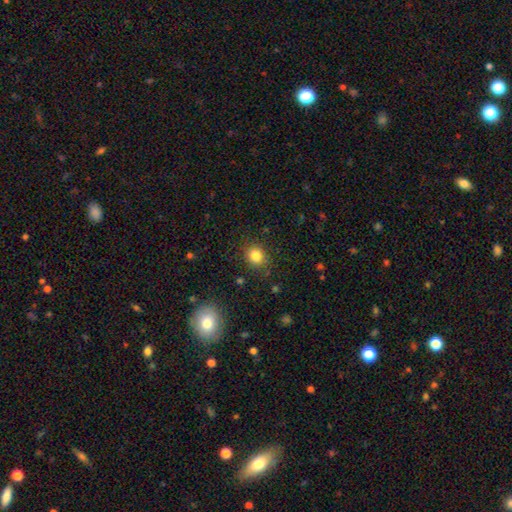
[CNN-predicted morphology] Smooth or featured? Predicted: smooth (p=0.82). How rounded? Predicted: round (p=0.75). Merging? Predicted: none (p=0.85).